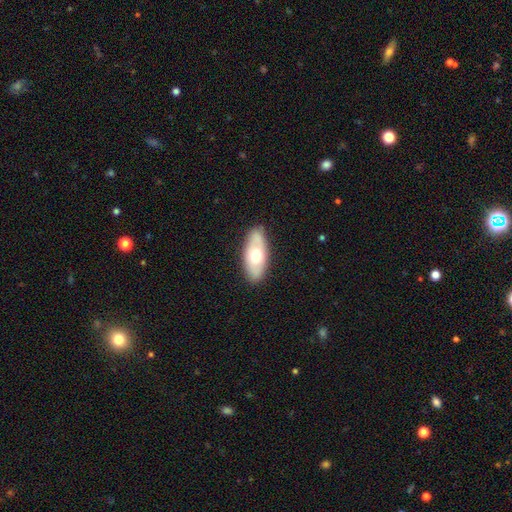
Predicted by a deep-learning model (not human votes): Overall: smooth (57%; featured or disk 38%). How rounded: in between (86%). Merging: none (84%).